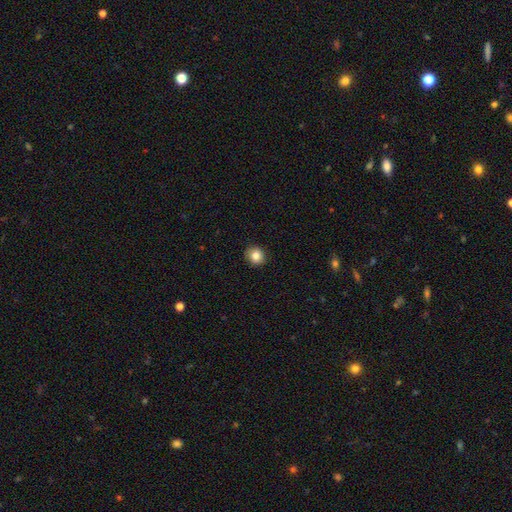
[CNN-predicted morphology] A smooth galaxy with no disk features (85%) that is round (85%).

Vote fractions:
- Smooth or featured? smooth: 85% / star or artifact: 10% / featured or disk: 6%
- How rounded? round: 85% / in between: 14% / cigar-shaped: 1%
- Merging? none: 89% / minor disturbance: 8% / major disturbance: 2% / merger: 1%